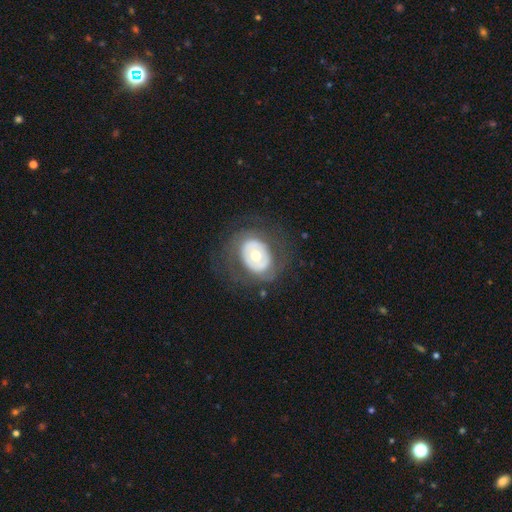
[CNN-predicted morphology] This is possibly a featured or disk galaxy (57%). It is clearly not viewed edge-on (95%). Bar: clearly no (81%). Spiral arm pattern: likely no (78%). Central bulge: likely moderate (70%). Merging: likely none (74%).